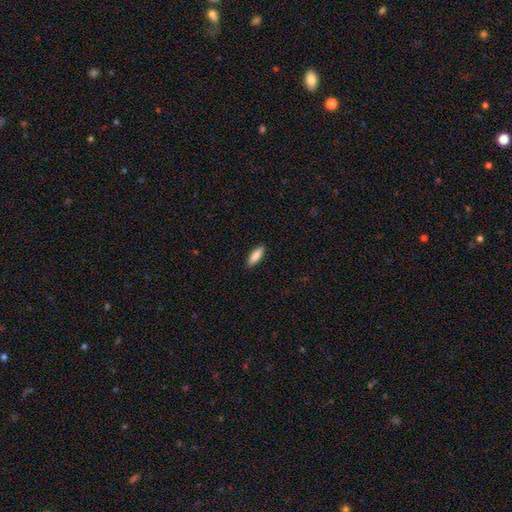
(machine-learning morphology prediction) Q: Smooth or featured?
A: smooth (86%); runner-up: featured or disk (8%)
Q: How rounded?
A: in between (59%); runner-up: cigar-shaped (39%)
Q: Merging?
A: none (89%); runner-up: minor disturbance (8%)